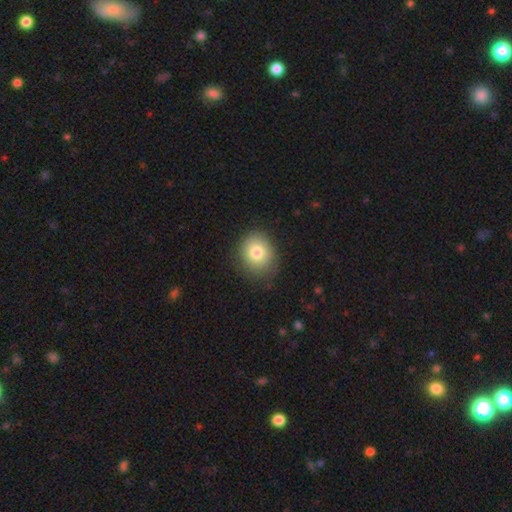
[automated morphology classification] The model was most divided on "how rounded": round: 66%, in between: 33%, cigar-shaped: 1%. More confident: merging — none (83%); smooth or featured — smooth (79%).